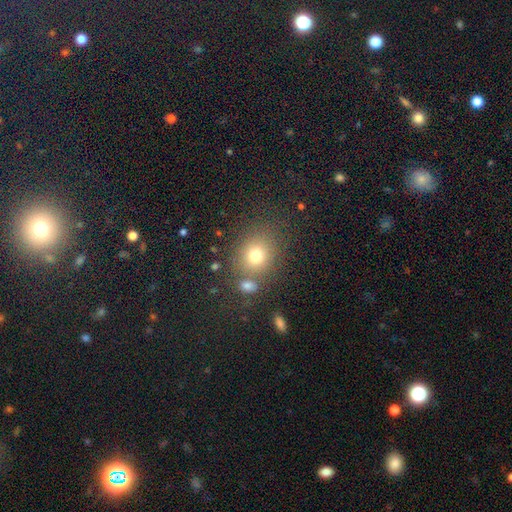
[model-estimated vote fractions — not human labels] A smooth galaxy with no disk features (74%) that is round (70%).

Vote fractions:
- Smooth or featured? smooth: 74% / star or artifact: 15% / featured or disk: 10%
- How rounded? round: 70% / in between: 29% / cigar-shaped: 1%
- Merging? none: 70% / merger: 13% / minor disturbance: 12% / major disturbance: 5%